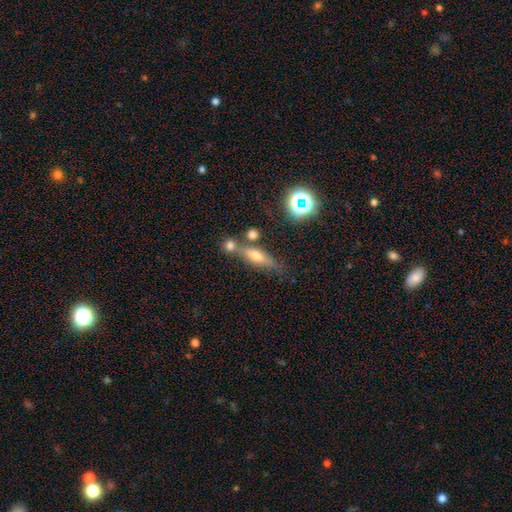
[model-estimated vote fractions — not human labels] Smooth or featured? smooth (48%)
Merging? none (59%)